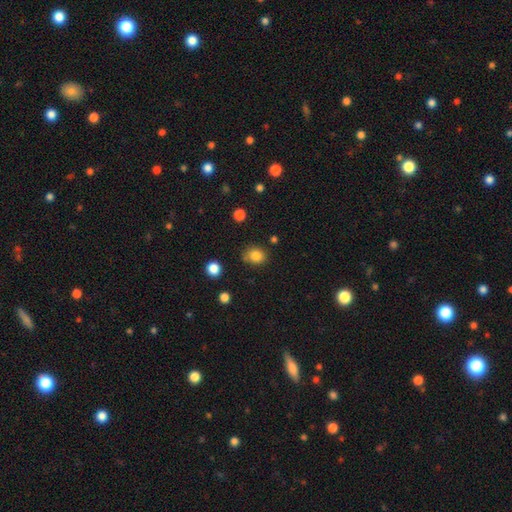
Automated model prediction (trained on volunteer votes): Smooth or featured: smooth — 84% (star or artifact — 11%)
How rounded: round — 63% (in between — 36%)
Merging: none — 75% (minor disturbance — 17%)